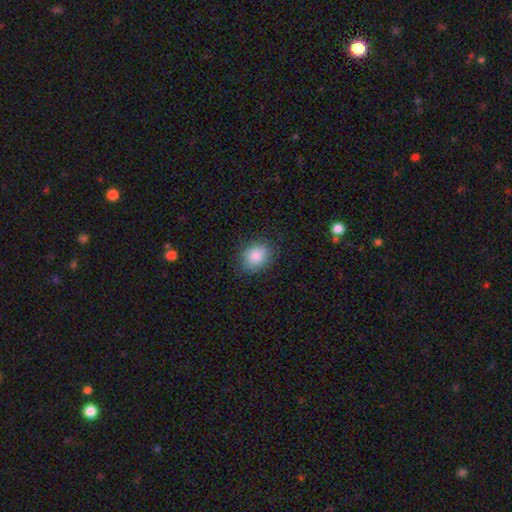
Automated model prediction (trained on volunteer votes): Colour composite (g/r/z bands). It shows a smooth galaxy with no disk features (86%) that is in between round and cigar-shaped (53%). Merging: none (84%).